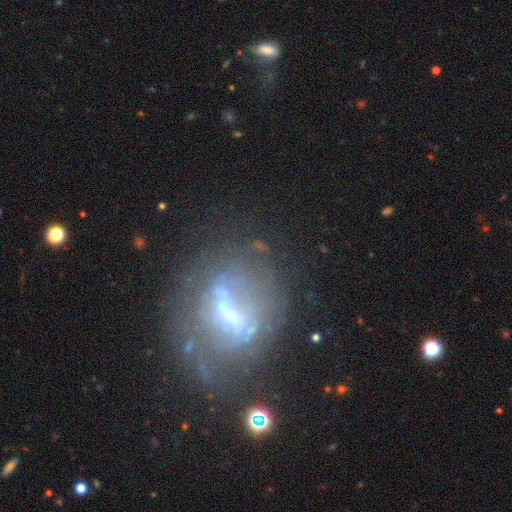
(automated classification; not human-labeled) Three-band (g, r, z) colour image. It shows a featured or disk galaxy (68%) with a strong bar (61%), no spiral arms (65%) and a small central bulge (36%). Merging: none (61%).